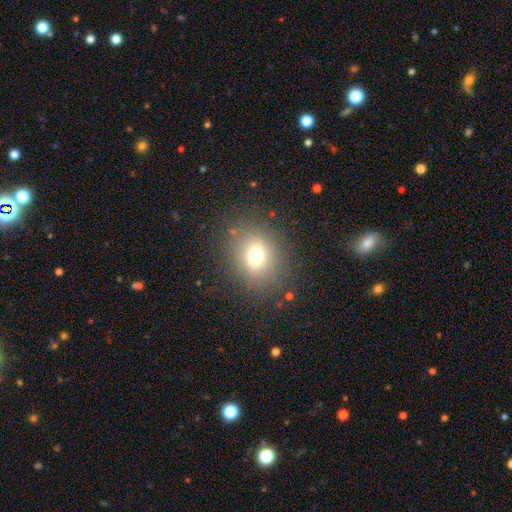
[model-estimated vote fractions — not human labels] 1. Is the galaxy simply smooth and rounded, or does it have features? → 72% smooth, 14% star or artifact, 13% featured or disk.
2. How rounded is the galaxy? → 52% round, 47% in between, 1% cigar-shaped.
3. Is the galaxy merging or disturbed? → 82% none, 11% minor disturbance, 5% major disturbance, 2% merger.